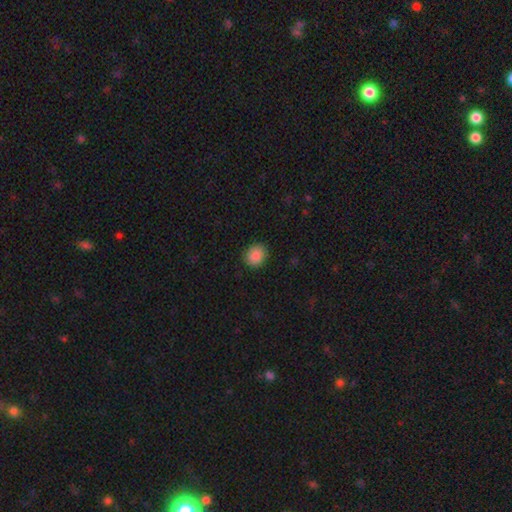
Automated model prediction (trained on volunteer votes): Morphology: type=smooth (88%); roundness=round (65%); merging=none (88%).